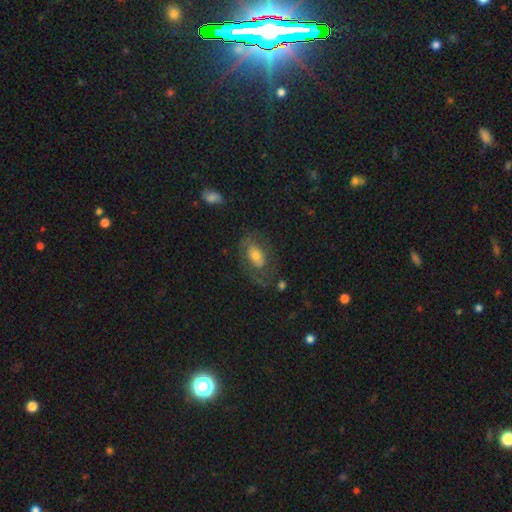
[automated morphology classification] This appears to be a featured or disk galaxy (48%). Merging: none (54%).